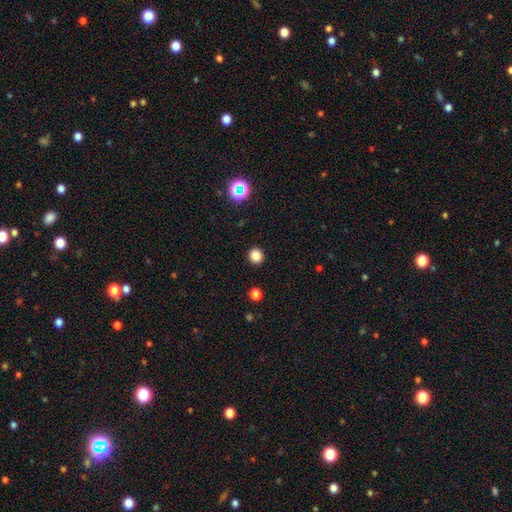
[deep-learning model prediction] Smooth or featured: smooth — 84% (star or artifact — 13%)
How rounded: round — 85% (in between — 14%)
Merging: none — 92% (minor disturbance — 5%)